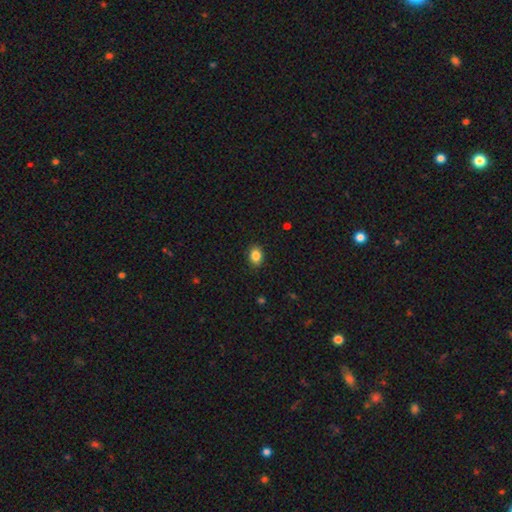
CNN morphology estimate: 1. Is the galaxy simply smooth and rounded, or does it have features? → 86% smooth, 9% star or artifact, 5% featured or disk.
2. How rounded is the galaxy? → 67% in between, 32% round, 1% cigar-shaped.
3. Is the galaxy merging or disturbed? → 88% none, 9% minor disturbance, 2% major disturbance, 1% merger.